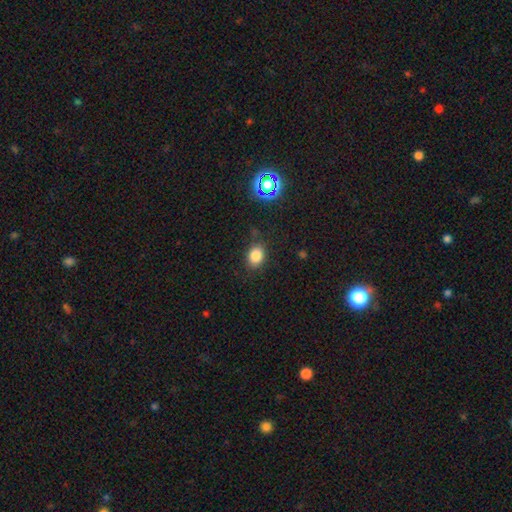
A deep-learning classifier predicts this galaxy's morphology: Smooth or featured? Predicted: smooth (p=0.81). How rounded? Predicted: in between (p=0.60). Merging? Predicted: none (p=0.80).